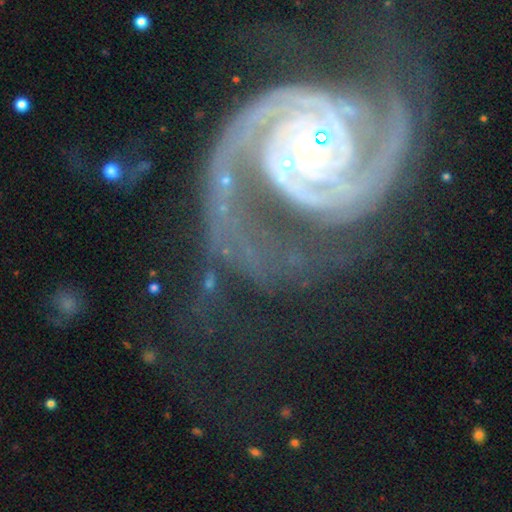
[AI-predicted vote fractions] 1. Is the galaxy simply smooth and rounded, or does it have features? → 88% featured or disk, 7% star or artifact, 5% smooth.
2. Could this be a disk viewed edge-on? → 98% no, 2% yes.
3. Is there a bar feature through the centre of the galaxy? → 57% no, 26% weak, 17% strong.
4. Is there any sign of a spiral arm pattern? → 97% yes, 3% no.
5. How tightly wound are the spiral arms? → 54% tight, 34% medium, 12% loose.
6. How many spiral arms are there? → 65% 2, 9% 3, 9% can't tell, 6% 1, 6% 4, 5% more than 4.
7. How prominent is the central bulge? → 70% small, 22% moderate, 3% large, 3% none, 2% dominant.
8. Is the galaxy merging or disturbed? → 43% none, 23% major disturbance, 18% merger, 15% minor disturbance.